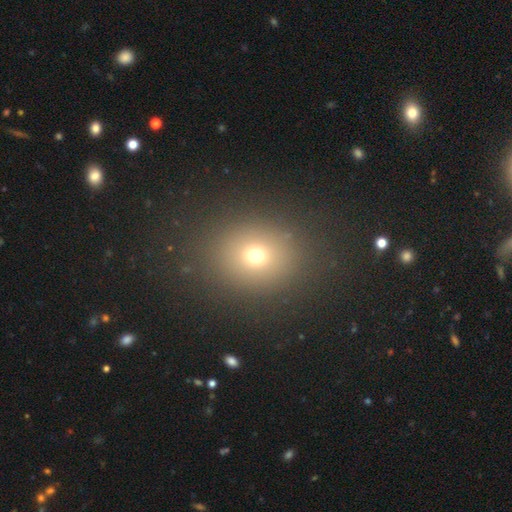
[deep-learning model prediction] The model was most divided on "how rounded": round: 61%, in between: 37%, cigar-shaped: 1%. More confident: merging — none (85%); smooth or featured — smooth (68%).